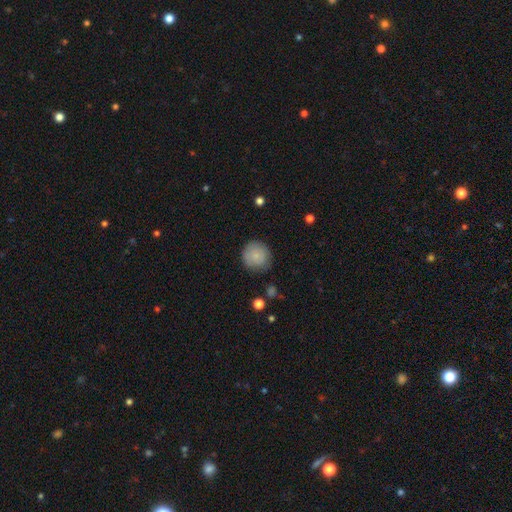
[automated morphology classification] This appears to be a smooth galaxy with no disk features (80%) that is round (91%). Merging: none (77%).